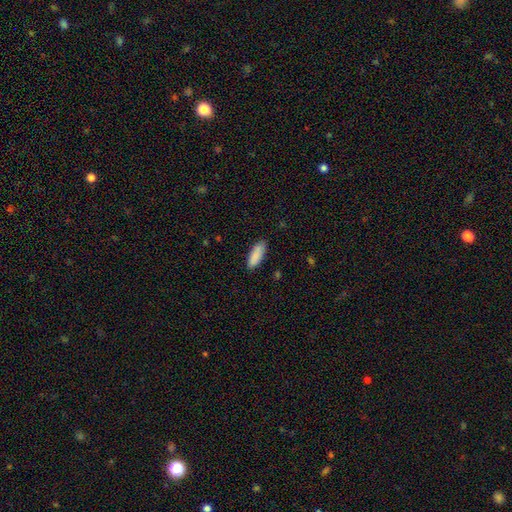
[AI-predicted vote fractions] smooth 89%, star or artifact 6%, featured or disk 5%. Down the decision tree: how rounded — in between (70%); merging — none (83%).